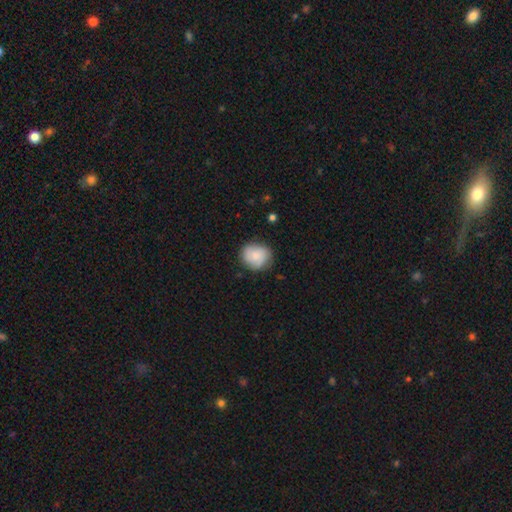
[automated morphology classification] A smooth galaxy with no disk features (77%) that is round (83%). Merging: none (78%).